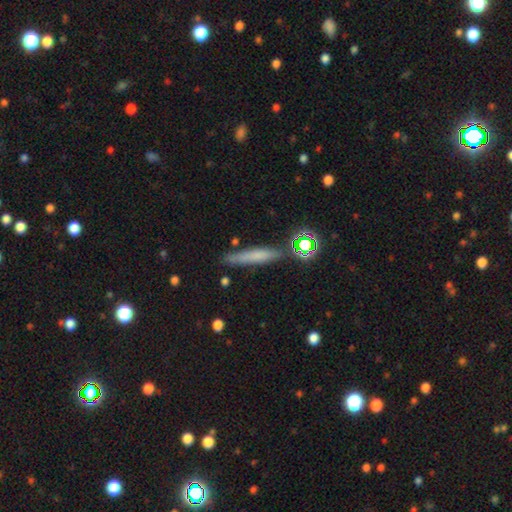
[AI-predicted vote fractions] Smooth or featured? Predicted: smooth (p=0.60). How rounded? Predicted: cigar-shaped (p=0.90). Merging? Predicted: none (p=0.80).